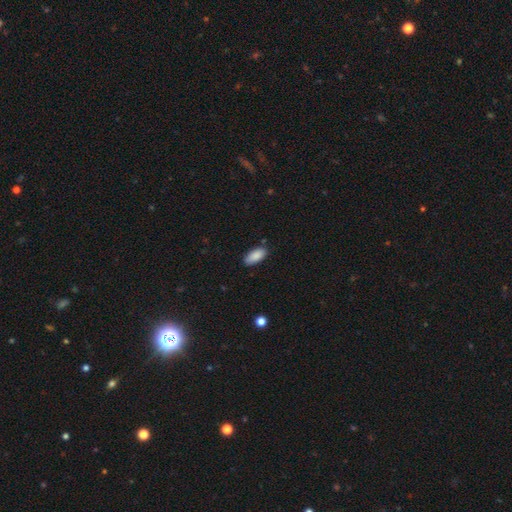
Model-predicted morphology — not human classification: Smooth or featured?
  - smooth: 89% *
  - star or artifact: 7%
  - featured or disk: 5%
How rounded?
  - in between: 90% *
  - cigar-shaped: 8%
  - round: 2%
Merging?
  - none: 82% *
  - minor disturbance: 14%
  - major disturbance: 2%
  - merger: 2%